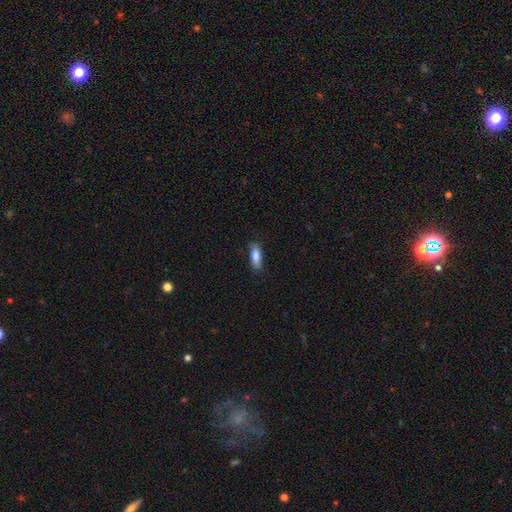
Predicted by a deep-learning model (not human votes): smooth_or_featured: smooth (p=0.81) [alt: featured or disk p=0.13]
how_rounded: in between (p=0.66) [alt: cigar-shaped p=0.32]
merging: none (p=0.75) [alt: minor disturbance p=0.19]